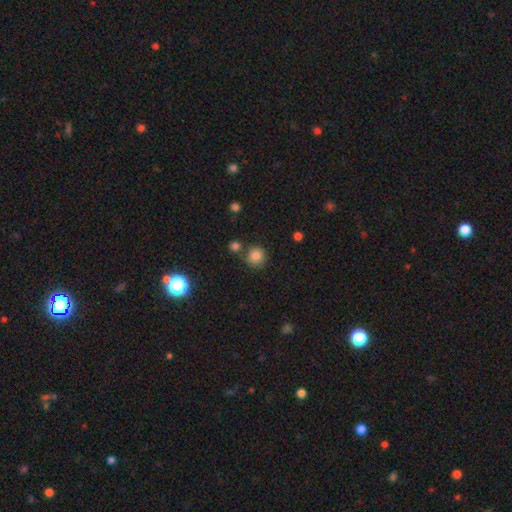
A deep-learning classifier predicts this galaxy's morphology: This appears to be a smooth galaxy with no disk features (83%) that is round (91%). Merging: none (73%).